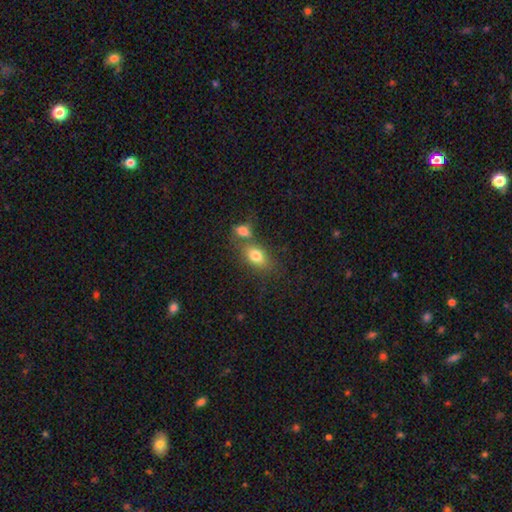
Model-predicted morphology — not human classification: Smooth or featured? smooth (79%)
How rounded? in between (78%)
Merging? none (43%)